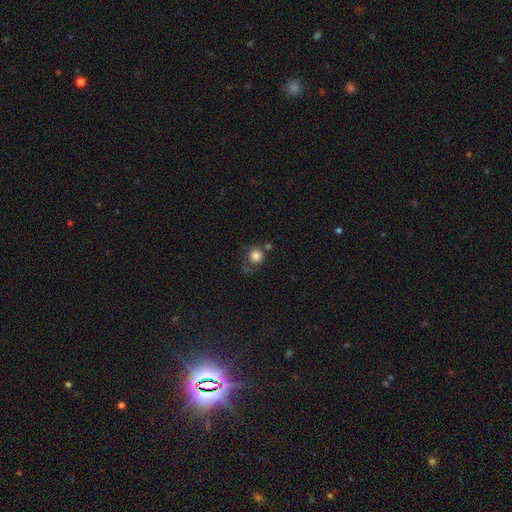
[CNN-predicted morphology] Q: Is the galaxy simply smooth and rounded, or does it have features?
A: smooth — 82%.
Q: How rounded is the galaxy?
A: round — 91%.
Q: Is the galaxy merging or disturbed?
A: none — 59%.